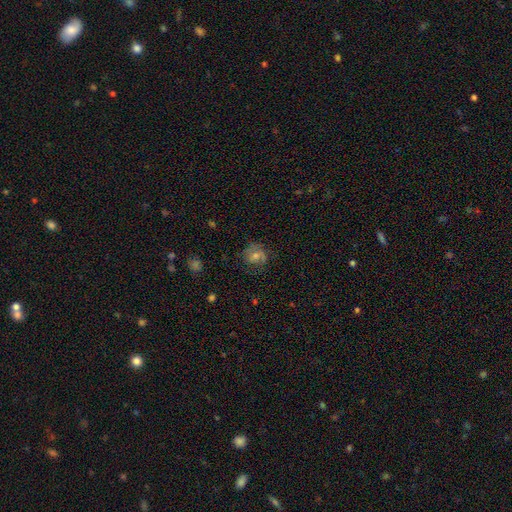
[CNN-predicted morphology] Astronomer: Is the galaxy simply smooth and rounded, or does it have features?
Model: featured or disk — 49% (runner-up: smooth, 35%).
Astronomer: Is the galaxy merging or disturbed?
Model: none — 73%.